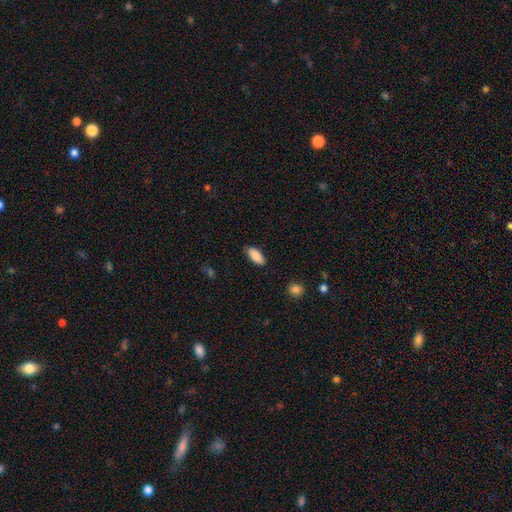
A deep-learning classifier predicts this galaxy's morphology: type=smooth (88%); roundness=in between (87%); merging=none (83%).